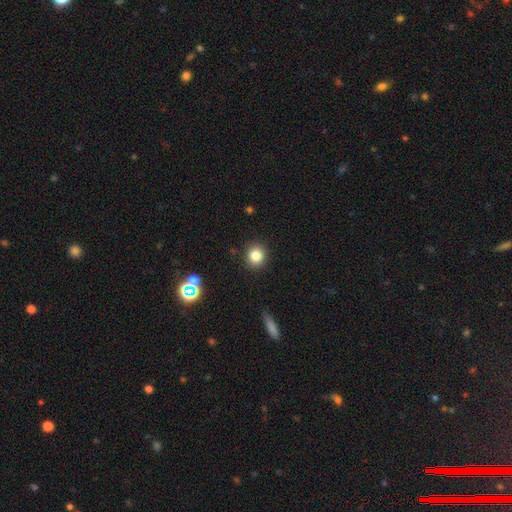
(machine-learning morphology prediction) The model was most divided on "smooth or featured": smooth: 82%, star or artifact: 12%, featured or disk: 6%. More confident: merging — none (90%); how rounded — round (85%).